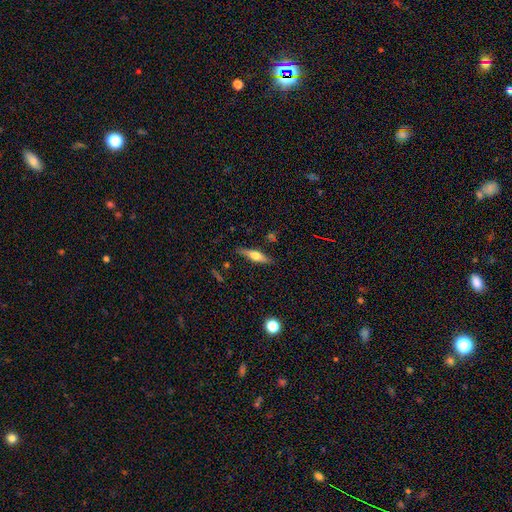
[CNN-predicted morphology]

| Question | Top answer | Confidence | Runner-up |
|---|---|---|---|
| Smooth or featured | featured or disk | 49% | smooth (44%) |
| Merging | none | 85% | minor disturbance (11%) |